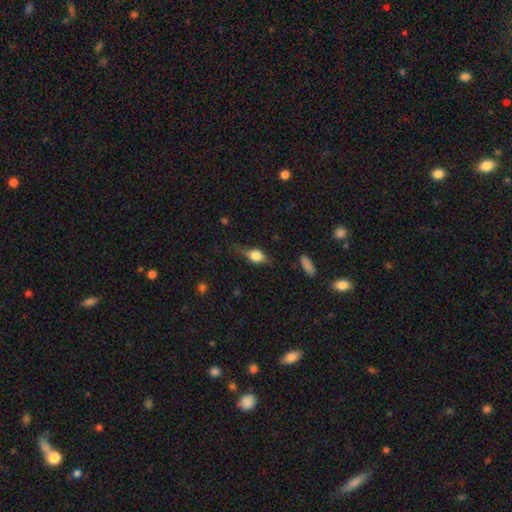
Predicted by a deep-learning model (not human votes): Morphology: type=smooth (58%); roundness=in between (65%); merging=none (59%).